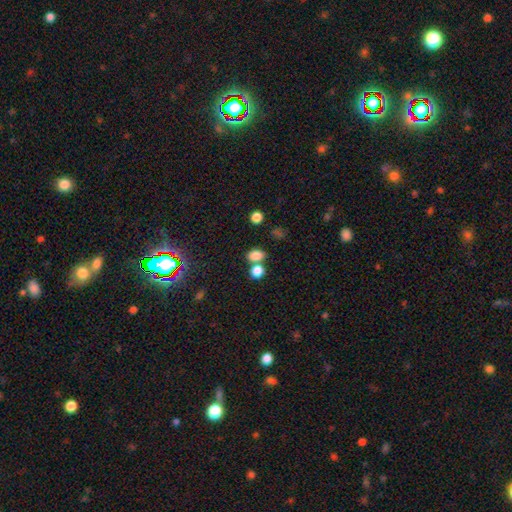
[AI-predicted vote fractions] Smooth or featured? smooth (81%)
How rounded? in between (69%)
Merging? none (57%)